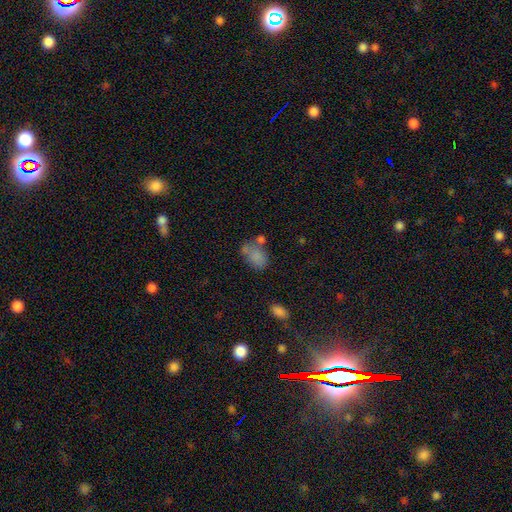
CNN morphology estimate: Smooth or featured?
  - smooth: 75% *
  - featured or disk: 13%
  - star or artifact: 11%
How rounded?
  - in between: 81% *
  - round: 18%
  - cigar-shaped: 1%
Merging?
  - none: 42% *
  - merger: 27%
  - minor disturbance: 20%
  - major disturbance: 11%